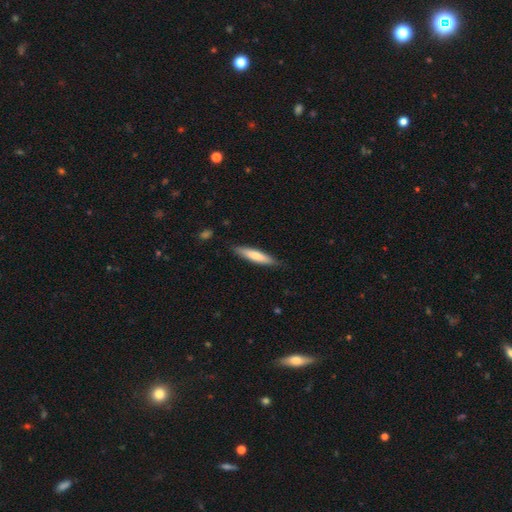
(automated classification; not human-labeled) Smooth or featured?
  - smooth: 70% *
  - featured or disk: 25%
  - star or artifact: 5%
How rounded?
  - cigar-shaped: 84% *
  - in between: 15%
  - round: 1%
Merging?
  - none: 86% *
  - minor disturbance: 11%
  - major disturbance: 2%
  - merger: 1%